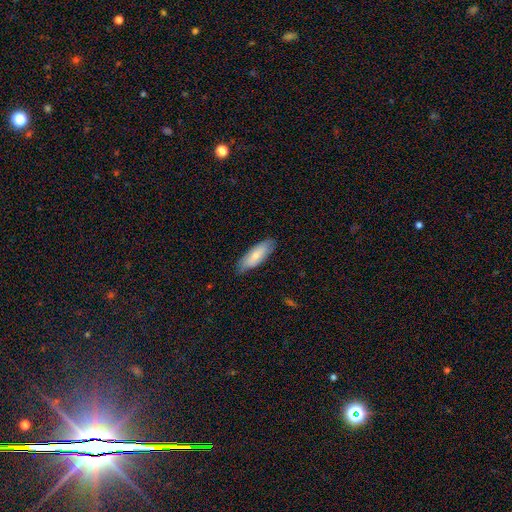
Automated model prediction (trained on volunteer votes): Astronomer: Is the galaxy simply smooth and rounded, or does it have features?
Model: smooth — 73%.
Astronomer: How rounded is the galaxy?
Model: in between — 64%.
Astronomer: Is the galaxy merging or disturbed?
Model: none — 81%.